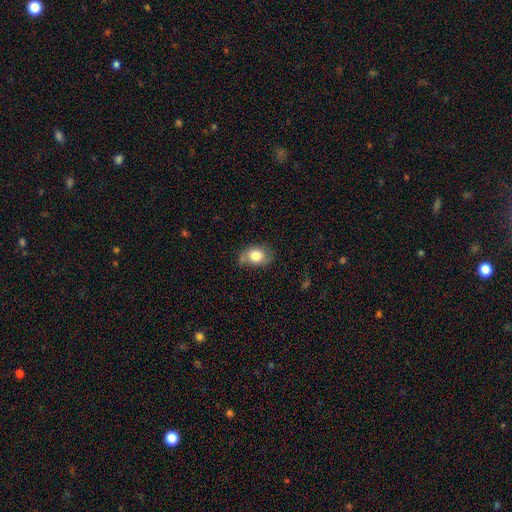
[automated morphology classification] Smooth or featured? Predicted: smooth (p=0.79). How rounded? Predicted: in between (p=0.62). Merging? Predicted: none (p=0.57).